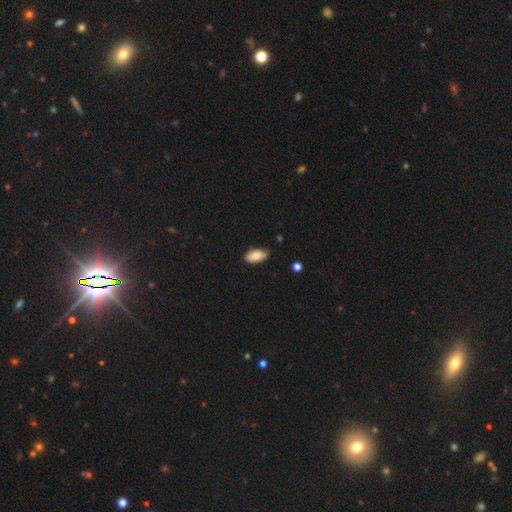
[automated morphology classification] type=smooth (87%); roundness=in between (92%); merging=none (72%).